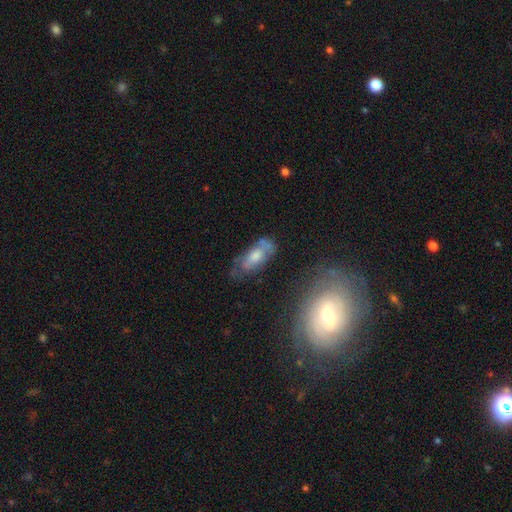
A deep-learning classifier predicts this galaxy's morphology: Overall: featured or disk (46%; smooth 44%). Merging: none (53%; minor disturbance 26%).